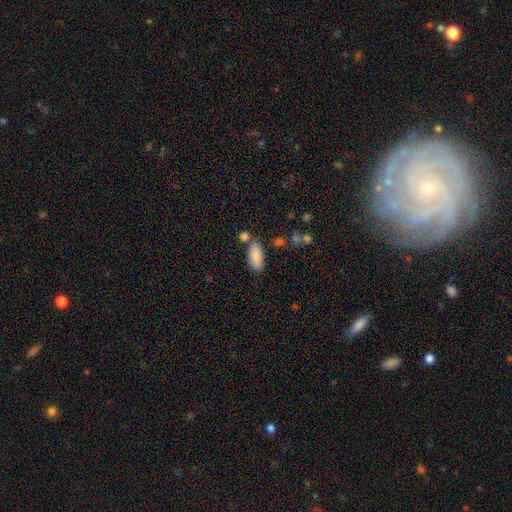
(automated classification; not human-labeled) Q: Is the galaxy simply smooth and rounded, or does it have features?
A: smooth — 88%.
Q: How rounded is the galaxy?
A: in between — 83%.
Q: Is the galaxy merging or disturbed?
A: none — 72%.